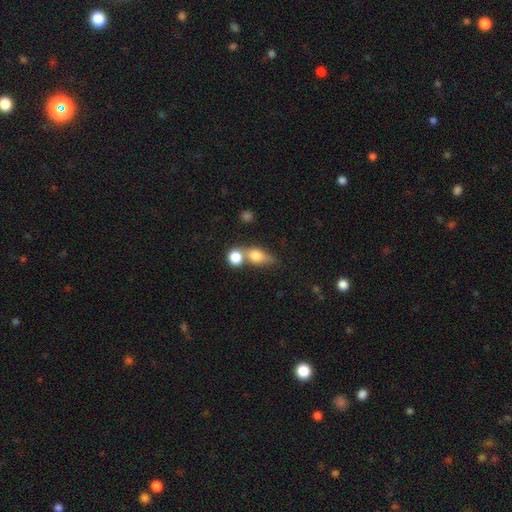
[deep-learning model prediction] Morphology: type=smooth (71%); roundness=in between (55%); merging=merger (43%).